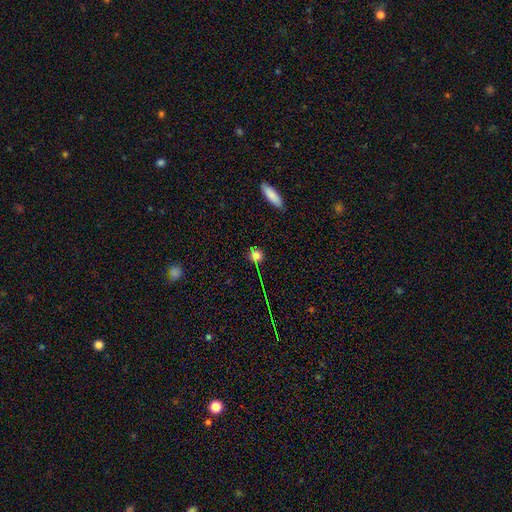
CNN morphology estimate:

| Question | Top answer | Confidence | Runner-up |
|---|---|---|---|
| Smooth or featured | smooth | 69% | star or artifact (23%) |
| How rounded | round | 77% | in between (18%) |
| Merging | none | 78% | minor disturbance (12%) |